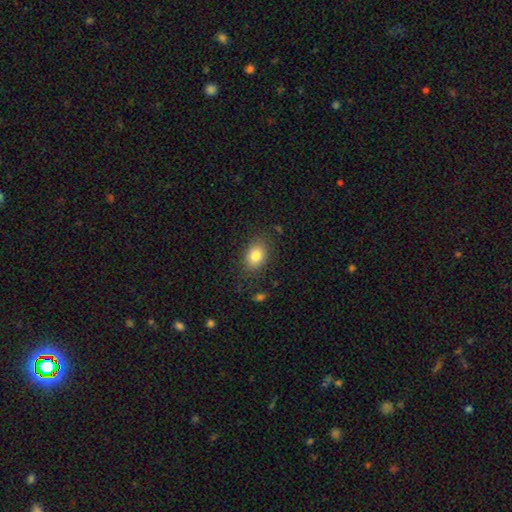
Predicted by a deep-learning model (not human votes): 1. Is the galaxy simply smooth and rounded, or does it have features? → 82% smooth, 9% star or artifact, 9% featured or disk.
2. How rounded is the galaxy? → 73% in between, 26% round, 1% cigar-shaped.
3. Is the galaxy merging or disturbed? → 81% none, 13% minor disturbance, 4% major disturbance, 2% merger.